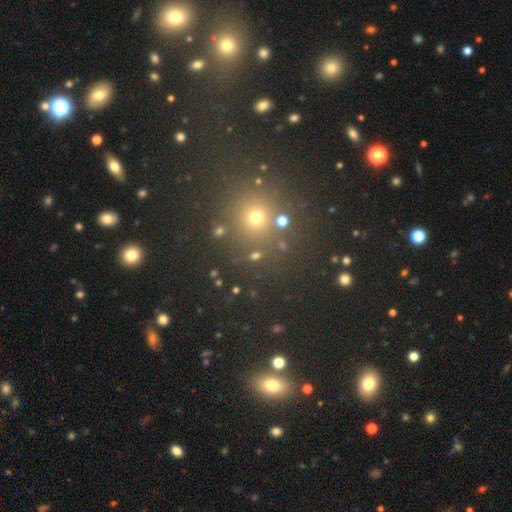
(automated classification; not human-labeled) A smooth galaxy with no disk features (55%) that is round (86%). Merging: none (81%).